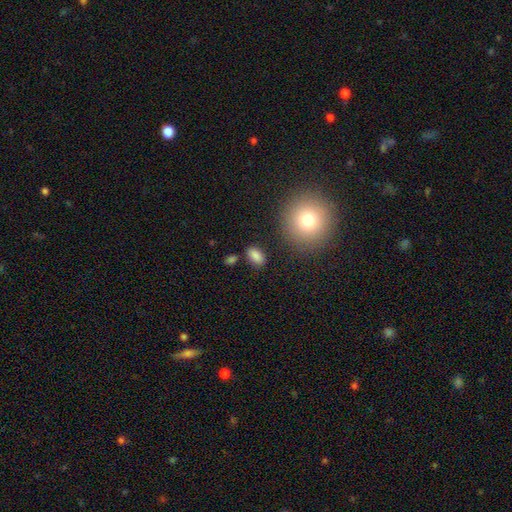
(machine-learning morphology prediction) A smooth galaxy with no disk features (83%) that is in between round and cigar-shaped (88%). Merging: none (81%).